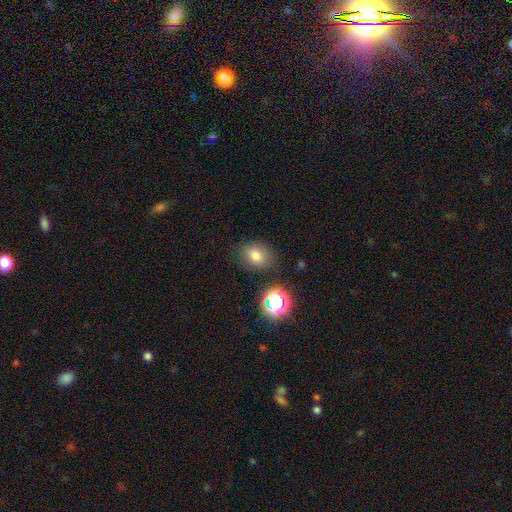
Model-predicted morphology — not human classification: This appears to be a smooth galaxy with no disk features (76%) that is round (50%). Merging: none (80%).